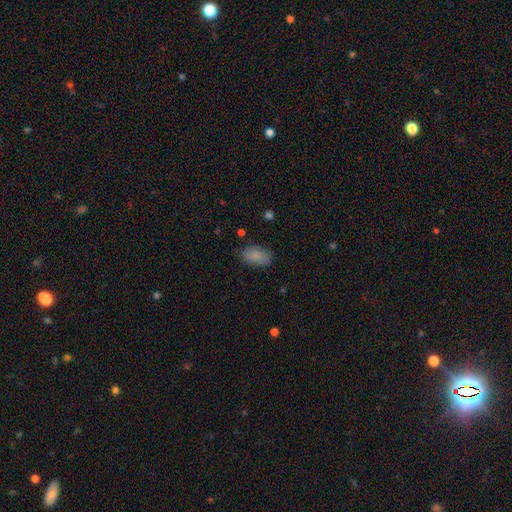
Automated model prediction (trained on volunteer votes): smooth 86%, star or artifact 8%, featured or disk 6%. Down the decision tree: how rounded — in between (92%); merging — none (80%).